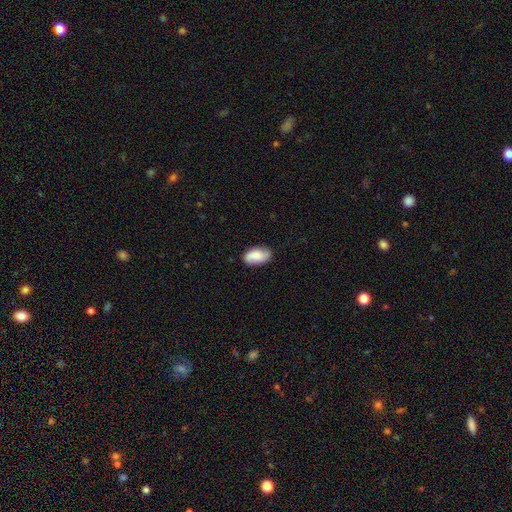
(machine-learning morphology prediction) Smooth or featured? Predicted: smooth (p=0.77). How rounded? Predicted: in between (p=0.93). Merging? Predicted: none (p=0.79).